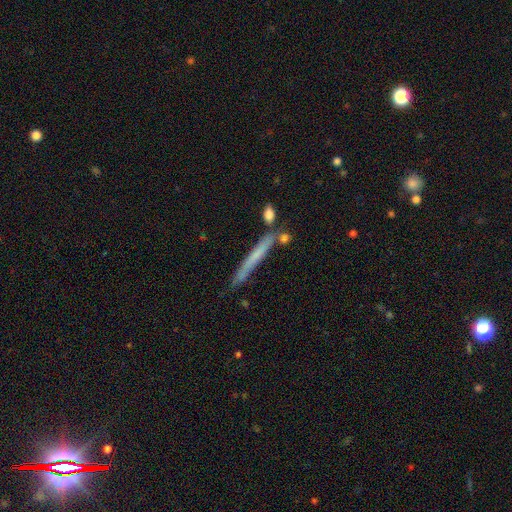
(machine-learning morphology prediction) smooth-or-featured: smooth: 50% | featured or disk: 42% | star or artifact: 8%
  how-rounded: cigar-shaped: 96% | in between: 2% | round: 2%
  merging: none: 74% | minor disturbance: 14% | merger: 9% | major disturbance: 4%